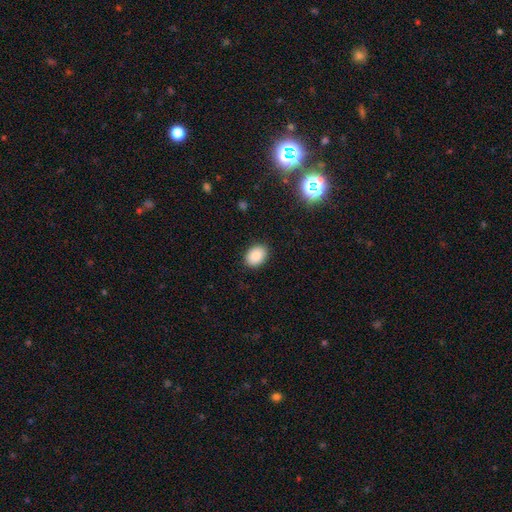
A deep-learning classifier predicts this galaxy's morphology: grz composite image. It shows a smooth galaxy with no disk features (88%) that is in between round and cigar-shaped (73%). Merging: none (88%).